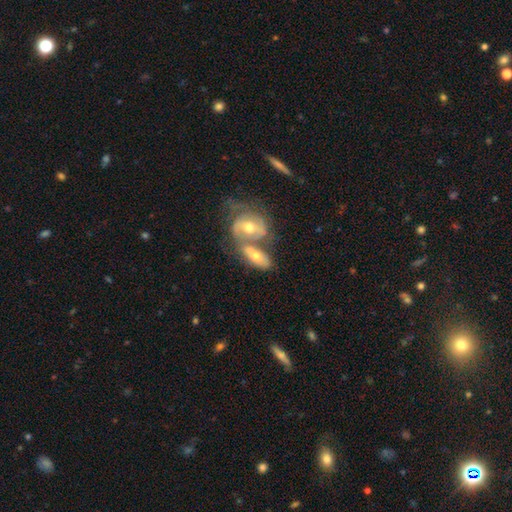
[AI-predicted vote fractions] A featured or disk galaxy (53%).

Vote fractions:
- Smooth or featured? featured or disk: 53% / smooth: 40% / star or artifact: 7%
- Edge-on disk? no: 89% / yes: 11%
- Merging? merger: 61% / none: 24% / minor disturbance: 10% / major disturbance: 5%